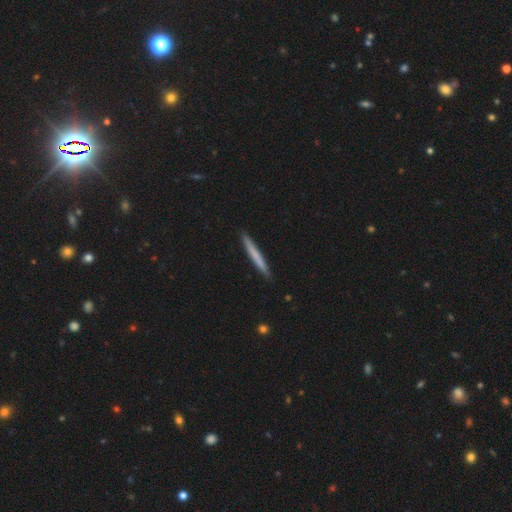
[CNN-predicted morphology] A smooth galaxy with no disk features (66%) that is cigar-shaped (97%). Merging: none (91%).